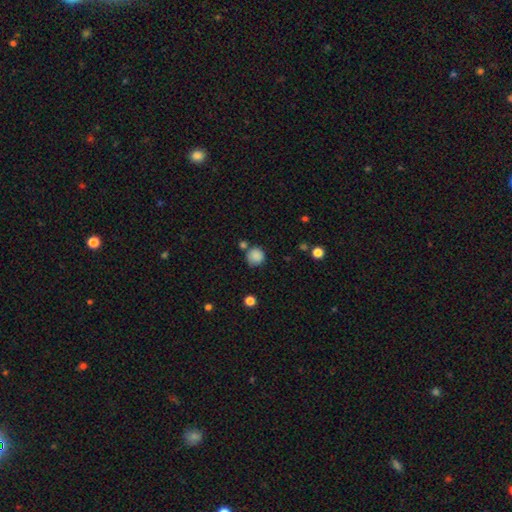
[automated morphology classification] Smooth or featured? Predicted: smooth (p=0.85). How rounded? Predicted: round (p=0.91). Merging? Predicted: none (p=0.68).